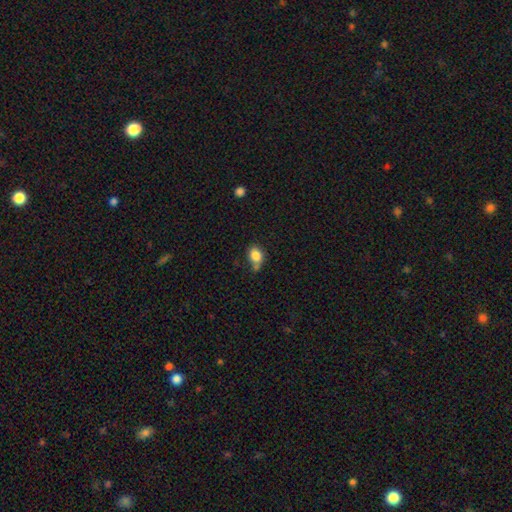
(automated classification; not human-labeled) Q: Smooth or featured?
A: smooth (83%); runner-up: star or artifact (10%)
Q: How rounded?
A: in between (61%); runner-up: round (37%)
Q: Merging?
A: none (49%); runner-up: minor disturbance (29%)